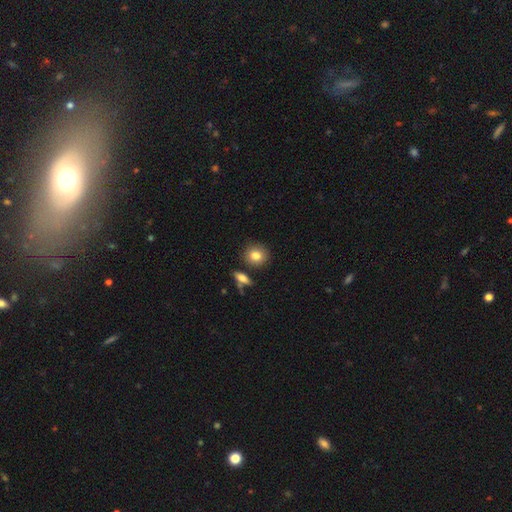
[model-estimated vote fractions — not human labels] This is clearly a smooth galaxy (81%). How rounded: likely round (79%). Merging: clearly none (81%).